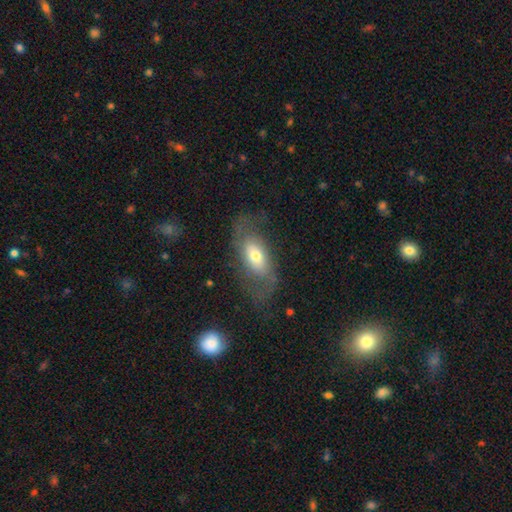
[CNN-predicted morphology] featured or disk 48%, smooth 44%, star or artifact 8%. Down the decision tree: merging — none (60%).